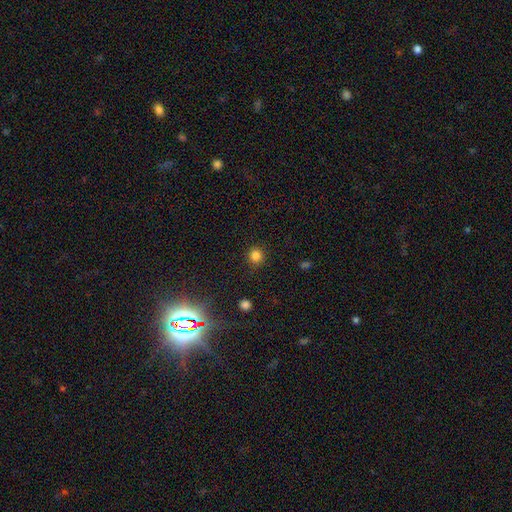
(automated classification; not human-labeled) Overall: smooth (82%). How rounded: round (92%). Merging: none (89%).